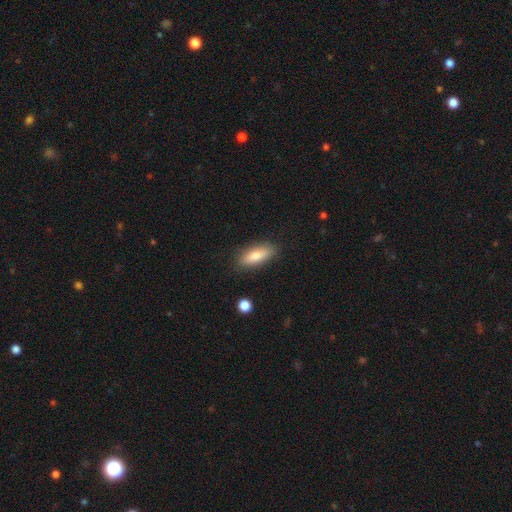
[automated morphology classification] Smooth or featured? smooth (78%)
How rounded? in between (66%)
Merging? none (86%)